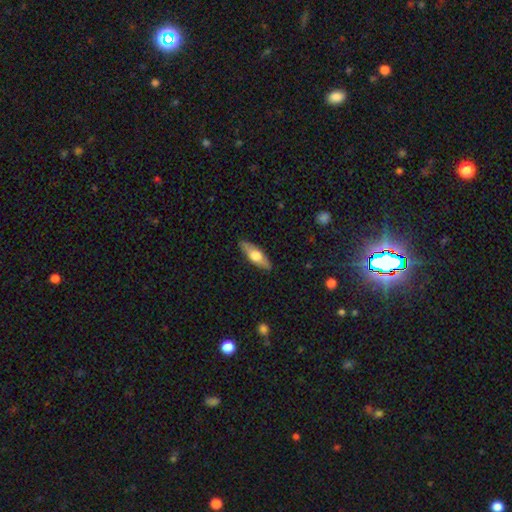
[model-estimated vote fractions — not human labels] Q: Smooth or featured?
A: smooth (53%); runner-up: featured or disk (42%)
Q: How rounded?
A: in between (53%); runner-up: cigar-shaped (44%)
Q: Merging?
A: none (88%); runner-up: minor disturbance (9%)